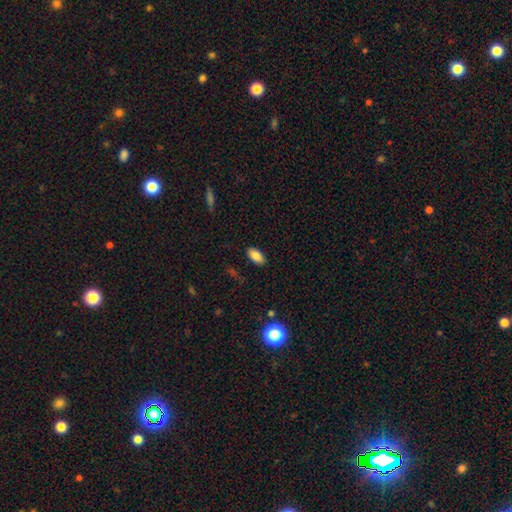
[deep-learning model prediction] Smooth or featured? Predicted: smooth (p=0.85). How rounded? Predicted: in between (p=0.93). Merging? Predicted: none (p=0.88).